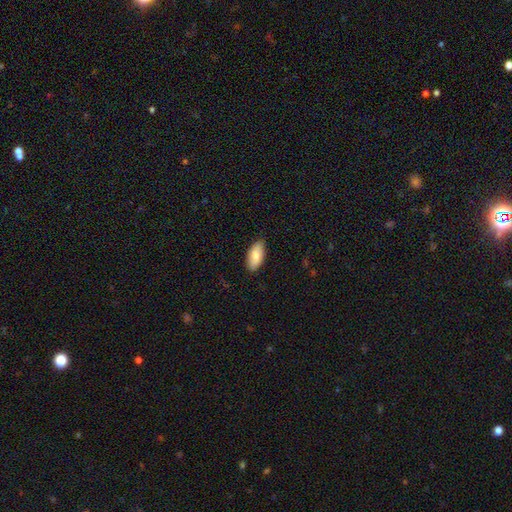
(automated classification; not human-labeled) The model was most divided on "merging": none: 84%, minor disturbance: 13%, major disturbance: 2%, merger: 1%. More confident: how rounded — in between (92%); smooth or featured — smooth (84%).